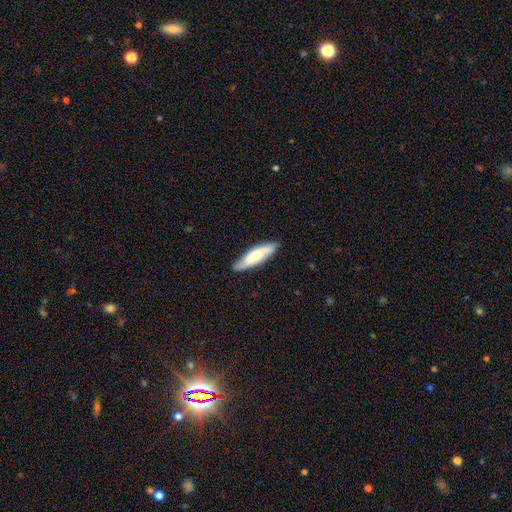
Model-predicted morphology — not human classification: smooth_or_featured: smooth (p=0.62) [alt: featured or disk p=0.32]
how_rounded: cigar-shaped (p=0.69) [alt: in between p=0.29]
merging: none (p=0.81) [alt: minor disturbance p=0.15]